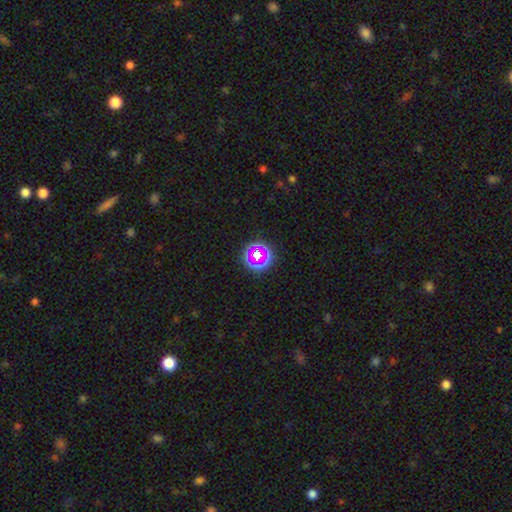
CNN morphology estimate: The model was most divided on "smooth or featured": star or artifact: 48%, smooth: 34%, featured or disk: 18%.